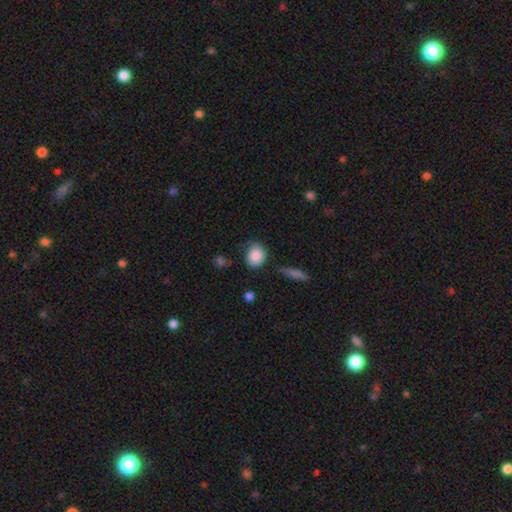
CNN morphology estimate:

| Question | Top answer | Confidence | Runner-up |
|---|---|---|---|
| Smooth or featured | smooth | 85% | star or artifact (7%) |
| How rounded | round | 66% | in between (32%) |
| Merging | none | 65% | minor disturbance (25%) |